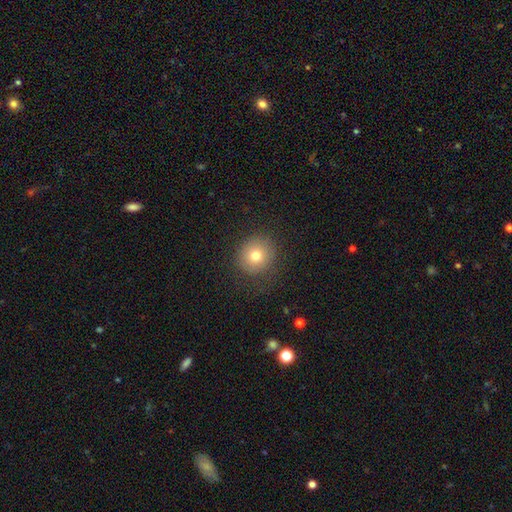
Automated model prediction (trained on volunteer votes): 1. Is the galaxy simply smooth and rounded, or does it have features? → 74% smooth, 14% featured or disk, 12% star or artifact.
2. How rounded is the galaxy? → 87% round, 12% in between, 1% cigar-shaped.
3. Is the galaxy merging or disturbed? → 81% none, 12% minor disturbance, 5% major disturbance, 1% merger.